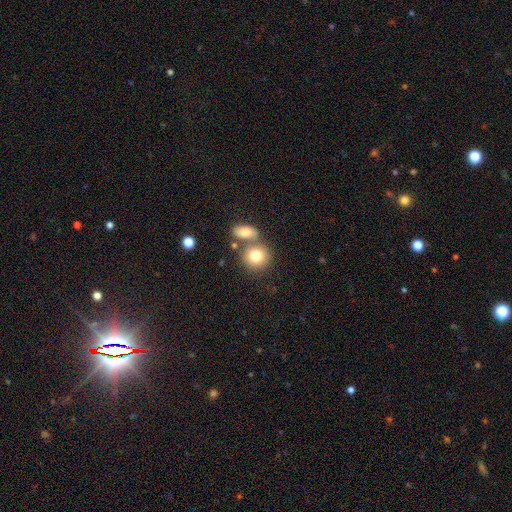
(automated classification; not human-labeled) Smooth or featured?
  - smooth: 79% *
  - featured or disk: 12%
  - star or artifact: 9%
How rounded?
  - round: 78% *
  - in between: 21%
  - cigar-shaped: 1%
Merging?
  - none: 52% *
  - merger: 35%
  - minor disturbance: 9%
  - major disturbance: 4%